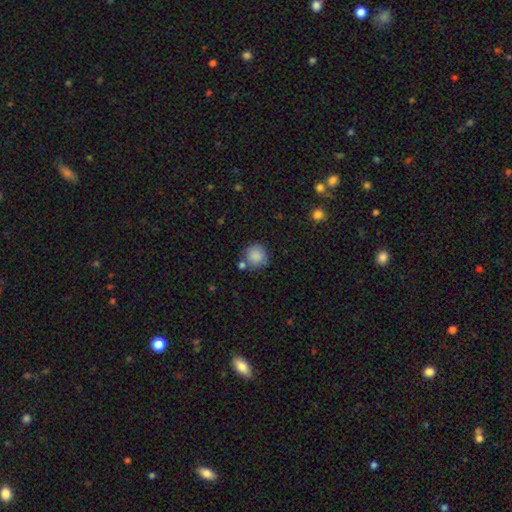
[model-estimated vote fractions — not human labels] smooth 87%, star or artifact 9%, featured or disk 4%. Down the decision tree: how rounded — round (91%); merging — none (72%).